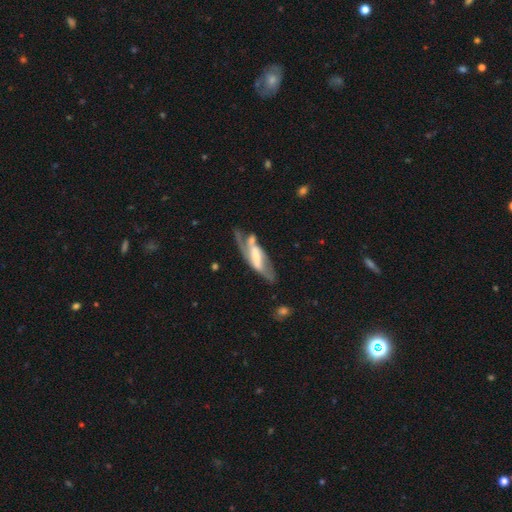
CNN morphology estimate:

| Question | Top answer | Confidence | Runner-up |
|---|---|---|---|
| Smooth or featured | featured or disk | 73% | smooth (21%) |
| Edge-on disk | no | 82% | yes (18%) |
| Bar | strong | 52% | weak (30%) |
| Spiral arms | yes | 80% | no (20%) |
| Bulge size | moderate | 30% | small (28%) |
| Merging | none | 41% | major disturbance (23%) |